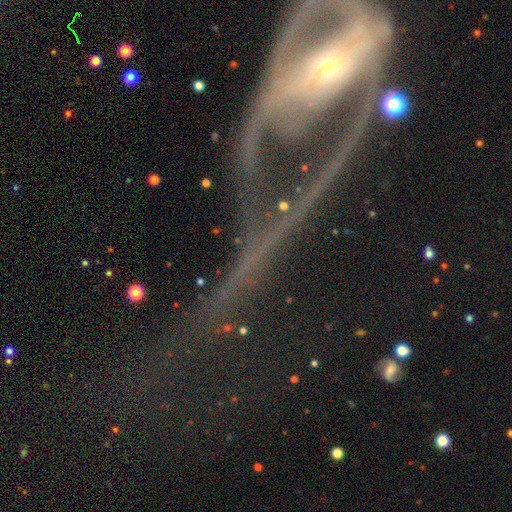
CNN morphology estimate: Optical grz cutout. It shows a star or artifact, not a galaxy (44%).